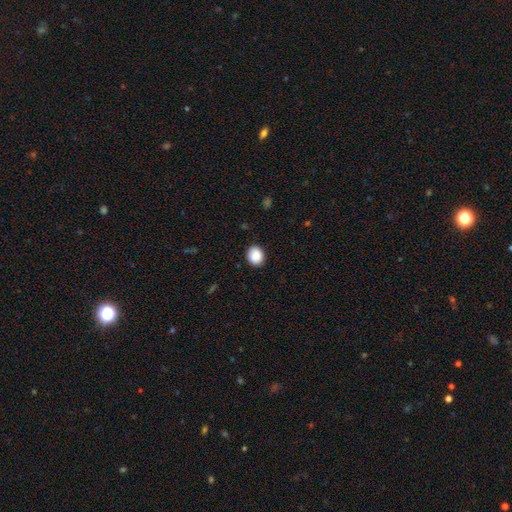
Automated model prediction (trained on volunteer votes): Smooth or featured? smooth (88%)
How rounded? round (54%)
Merging? none (88%)